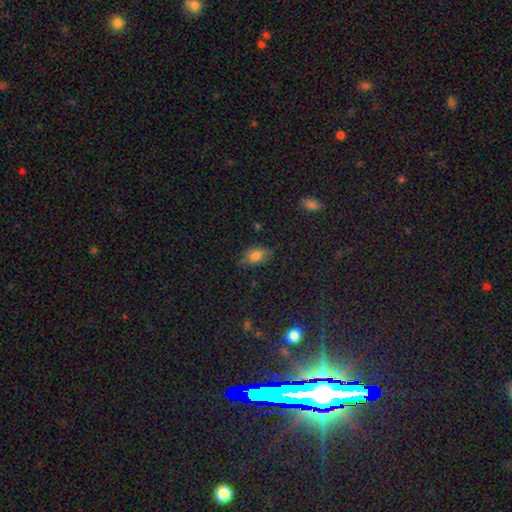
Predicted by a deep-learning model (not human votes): A smooth galaxy with no disk features (77%) that is in between round and cigar-shaped (87%). Merging: none (71%).